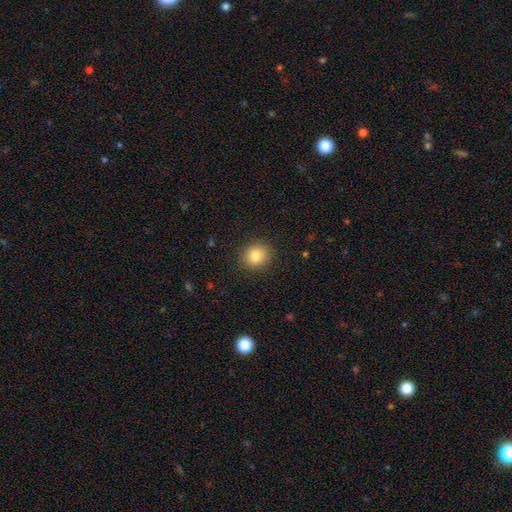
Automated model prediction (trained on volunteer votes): This appears to be a smooth galaxy with no disk features (83%) that is round (81%). Merging: none (90%).